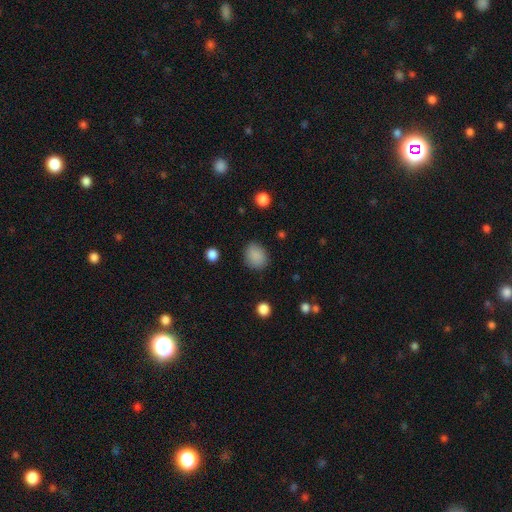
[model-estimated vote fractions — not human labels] The model was most divided on "how rounded": round: 55%, in between: 44%, cigar-shaped: 1%. More confident: smooth or featured — smooth (87%); merging — none (83%).